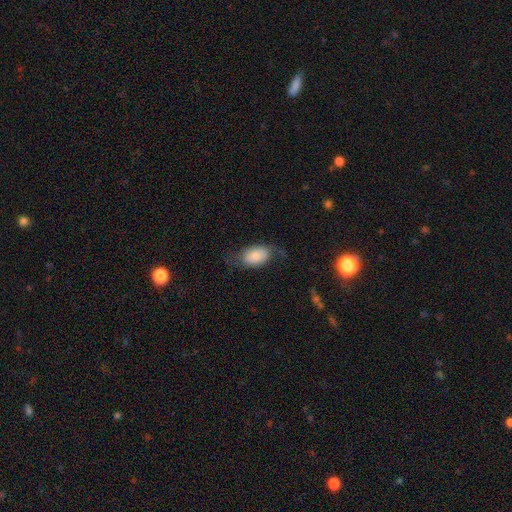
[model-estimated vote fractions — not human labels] Overall: smooth (76%). How rounded: in between (90%). Merging: none (57%; minor disturbance 27%).